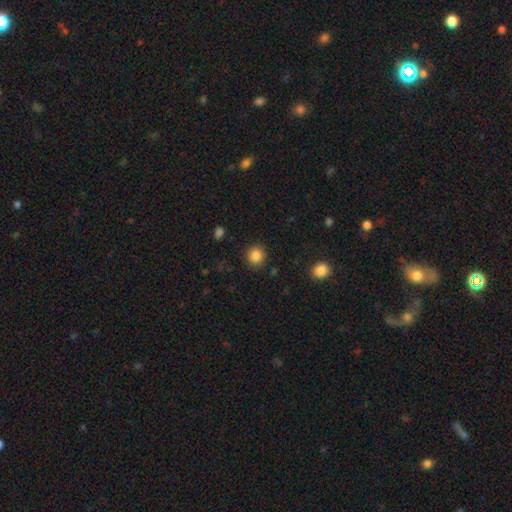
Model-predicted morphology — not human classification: A smooth galaxy with no disk features (86%) that is round (89%). Merging: none (90%).